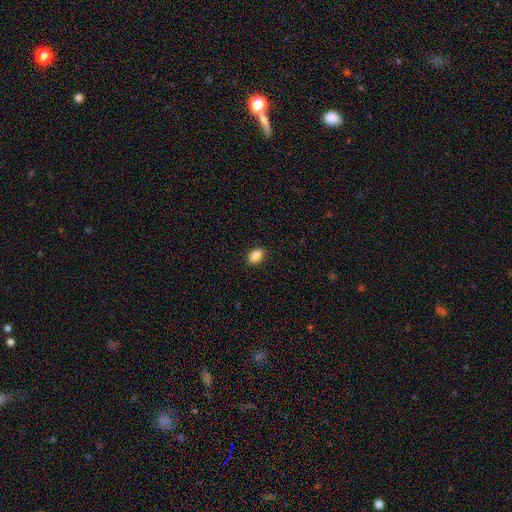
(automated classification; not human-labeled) Q: Smooth or featured?
A: smooth (87%); runner-up: star or artifact (8%)
Q: How rounded?
A: in between (86%); runner-up: round (12%)
Q: Merging?
A: none (89%); runner-up: minor disturbance (8%)